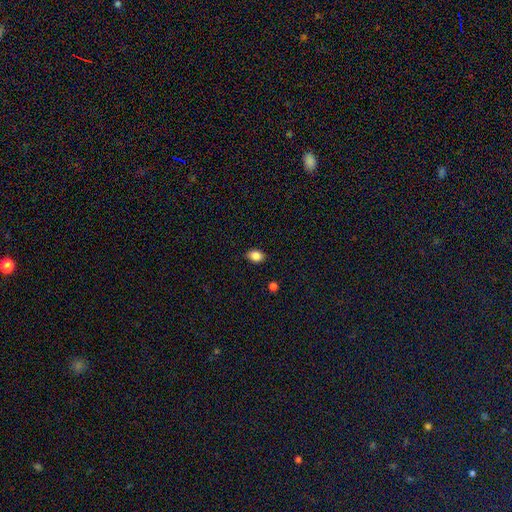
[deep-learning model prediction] Smooth or featured: smooth — 85% (star or artifact — 10%)
How rounded: in between — 70% (round — 29%)
Merging: none — 88% (minor disturbance — 9%)